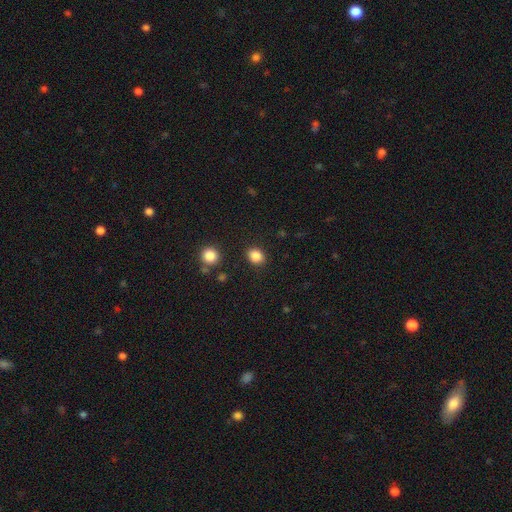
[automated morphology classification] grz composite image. It shows a smooth galaxy with no disk features (86%) that is round (51%). Merging: none (87%).